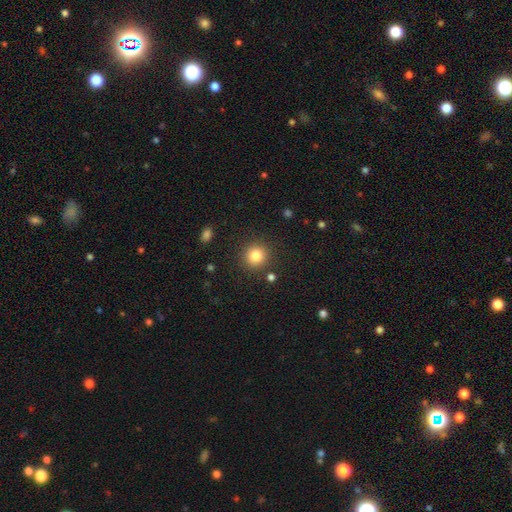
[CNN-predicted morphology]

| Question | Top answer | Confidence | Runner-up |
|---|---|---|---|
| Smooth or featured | smooth | 83% | star or artifact (11%) |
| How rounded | round | 92% | in between (7%) |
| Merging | none | 89% | minor disturbance (6%) |